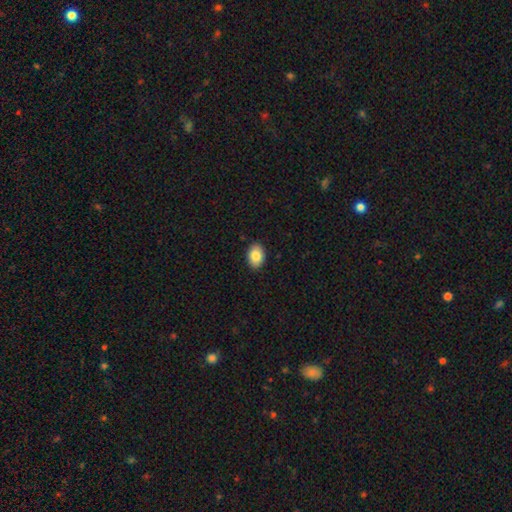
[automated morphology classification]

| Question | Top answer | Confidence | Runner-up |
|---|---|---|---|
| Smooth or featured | smooth | 86% | star or artifact (7%) |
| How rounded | in between | 83% | round (15%) |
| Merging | none | 90% | minor disturbance (7%) |